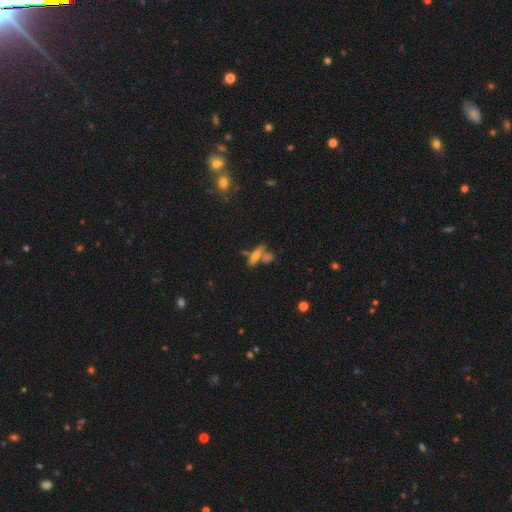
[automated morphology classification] Smooth or featured?
  - smooth: 48% *
  - featured or disk: 38%
  - star or artifact: 14%
Merging?
  - none: 49% *
  - merger: 32%
  - minor disturbance: 12%
  - major disturbance: 6%